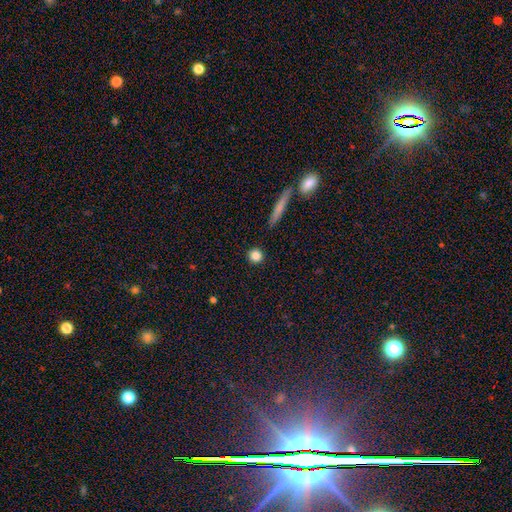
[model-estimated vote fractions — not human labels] smooth-or-featured: smooth: 83% | star or artifact: 10% | featured or disk: 6%
  how-rounded: round: 92% | in between: 6% | cigar-shaped: 2%
  merging: none: 91% | minor disturbance: 5% | major disturbance: 2% | merger: 2%